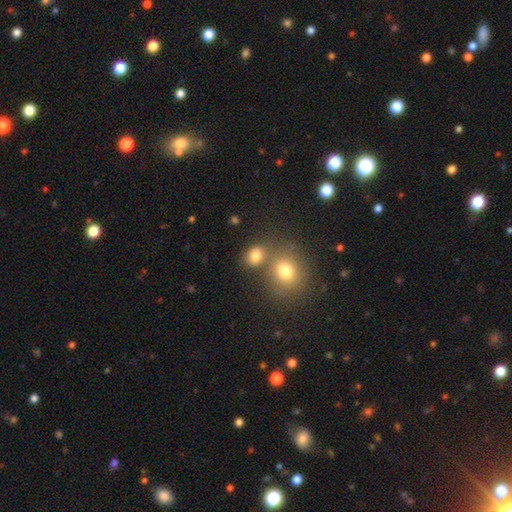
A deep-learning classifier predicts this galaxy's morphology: smooth 79%, star or artifact 13%, featured or disk 8%. Down the decision tree: how rounded — round (52%); merging — none (57%).